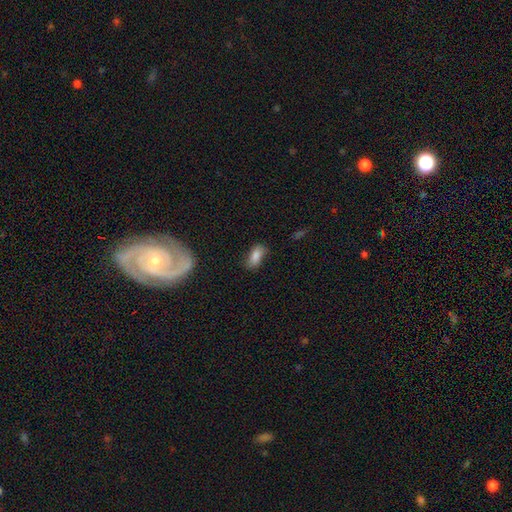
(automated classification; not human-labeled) Smooth or featured? smooth (83%)
How rounded? in between (90%)
Merging? none (70%)